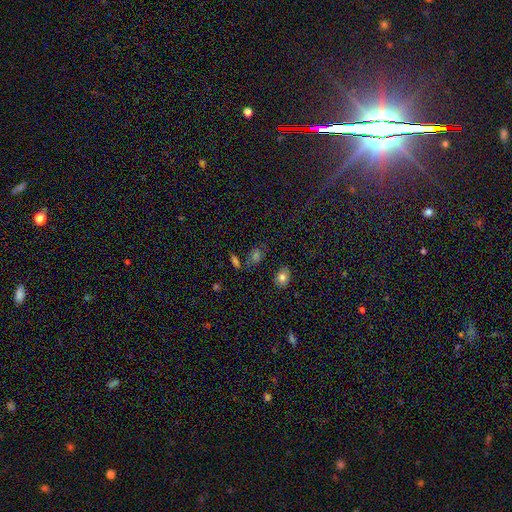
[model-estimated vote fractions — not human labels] Smooth or featured? smooth (62%)
How rounded? in between (72%)
Merging? none (69%)